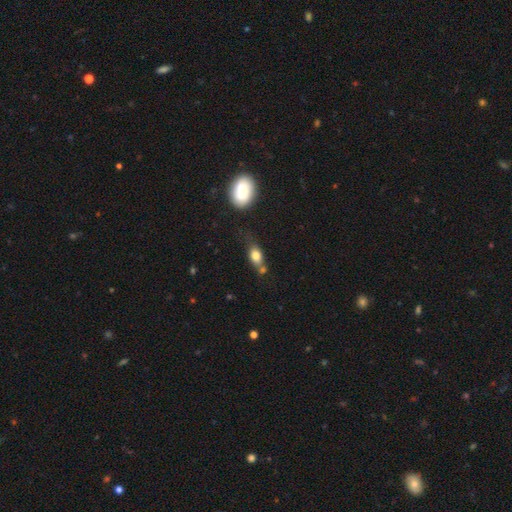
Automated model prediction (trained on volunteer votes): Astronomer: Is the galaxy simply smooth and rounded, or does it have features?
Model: smooth — 78%.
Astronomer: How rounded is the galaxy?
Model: in between — 75%.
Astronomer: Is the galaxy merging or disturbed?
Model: none — 46% (runner-up: merger, 23%).